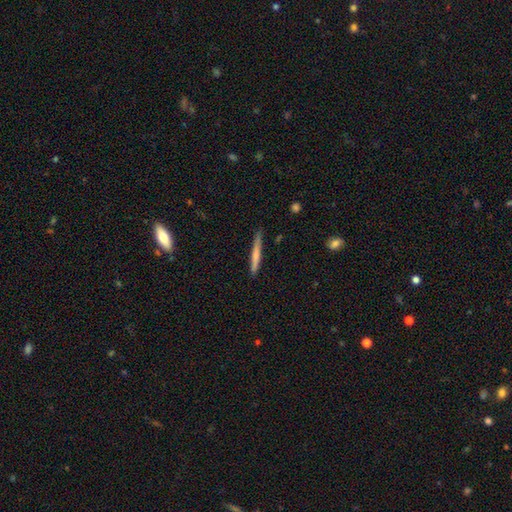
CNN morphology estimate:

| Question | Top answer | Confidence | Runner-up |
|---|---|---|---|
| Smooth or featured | smooth | 67% | featured or disk (28%) |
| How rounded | cigar-shaped | 96% | in between (3%) |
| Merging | none | 81% | minor disturbance (15%) |